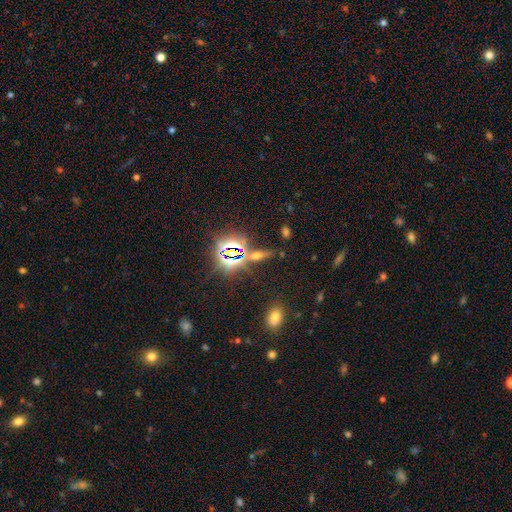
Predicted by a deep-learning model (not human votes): Smooth or featured?
  - star or artifact: 47% *
  - smooth: 30%
  - featured or disk: 23%